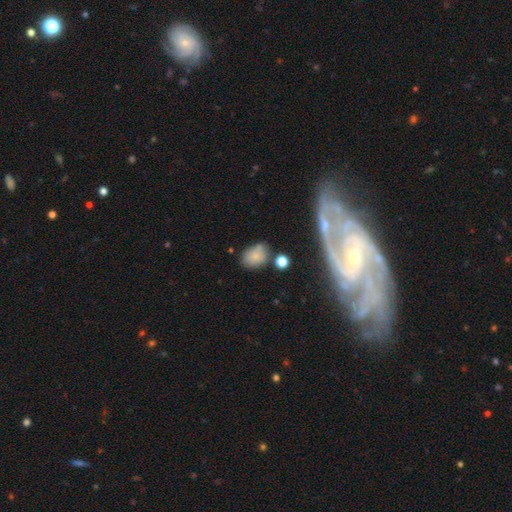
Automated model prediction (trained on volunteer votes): A smooth galaxy with no disk features (76%) that is in between round and cigar-shaped (69%).

Vote fractions:
- Smooth or featured? smooth: 76% / featured or disk: 13% / star or artifact: 12%
- How rounded? in between: 69% / round: 29% / cigar-shaped: 2%
- Merging? none: 62% / minor disturbance: 23% / merger: 9% / major disturbance: 6%